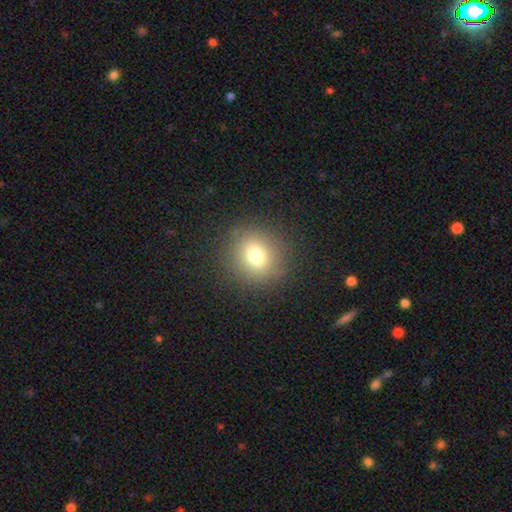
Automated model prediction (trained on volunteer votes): A smooth galaxy with no disk features (76%) that is round (83%).

Vote fractions:
- Smooth or featured? smooth: 76% / star or artifact: 13% / featured or disk: 11%
- How rounded? round: 83% / in between: 16% / cigar-shaped: 1%
- Merging? none: 88% / minor disturbance: 8% / major disturbance: 3% / merger: 1%